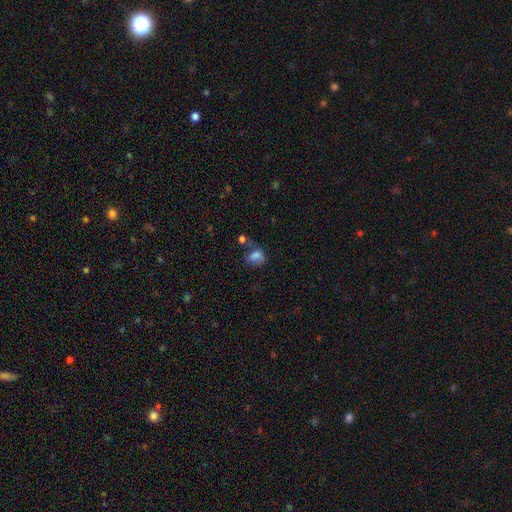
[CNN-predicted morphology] smooth_or_featured: smooth (p=0.71) [alt: featured or disk p=0.16]
how_rounded: in between (p=0.62) [alt: round p=0.37]
merging: none (p=0.40) [alt: minor disturbance p=0.26]